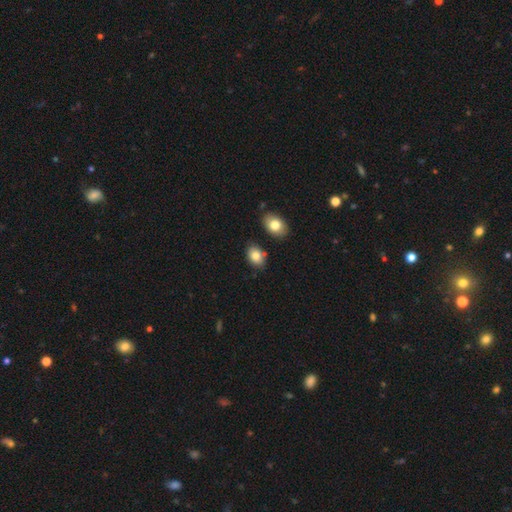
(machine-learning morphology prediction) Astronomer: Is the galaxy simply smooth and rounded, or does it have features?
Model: smooth — 82%.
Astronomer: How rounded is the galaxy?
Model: in between — 82%.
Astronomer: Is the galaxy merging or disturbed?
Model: none — 75%.